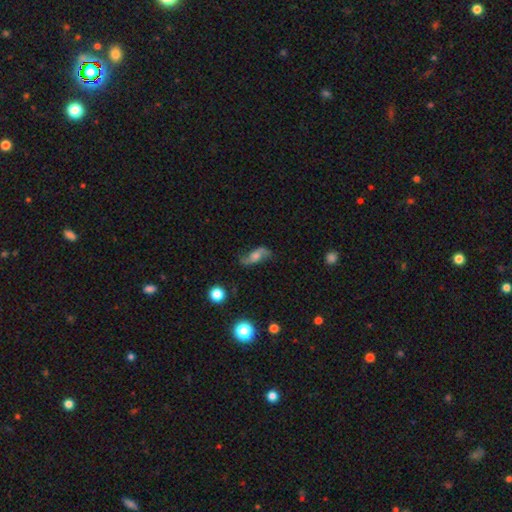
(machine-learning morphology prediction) type=featured or disk (73%); edge-on=no (91%); bar=no (59%); spiral arms=yes (94%); winding=loose (82%); arm count=2 (92%); bulge=moderate (47%); merging=none (75%).